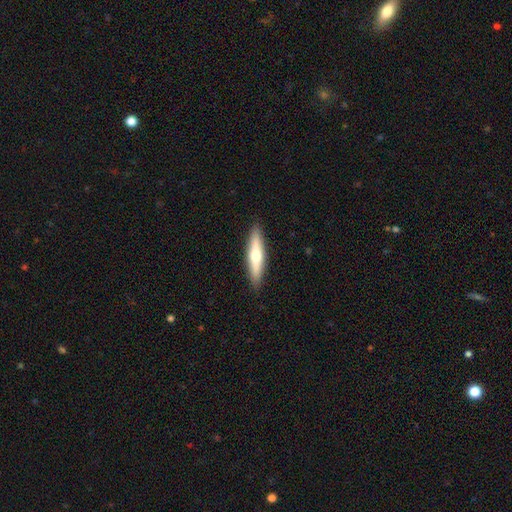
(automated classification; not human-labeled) The model was most divided on "smooth or featured": smooth: 50%, featured or disk: 45%, star or artifact: 5%. More confident: merging — none (91%).